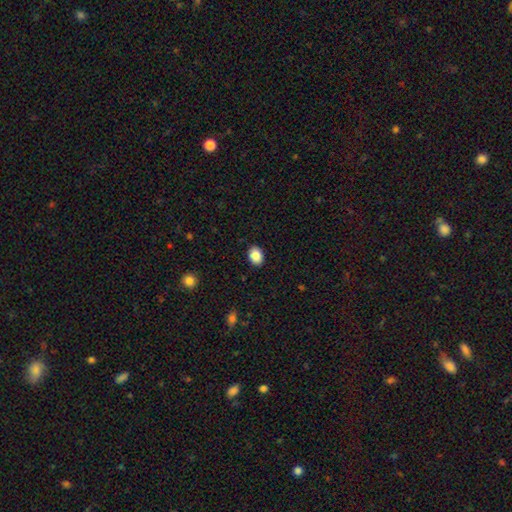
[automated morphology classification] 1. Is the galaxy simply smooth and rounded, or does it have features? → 87% smooth, 8% star or artifact, 5% featured or disk.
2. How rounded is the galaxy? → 67% in between, 33% round, 1% cigar-shaped.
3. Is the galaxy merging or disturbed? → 89% none, 8% minor disturbance, 2% major disturbance, 1% merger.